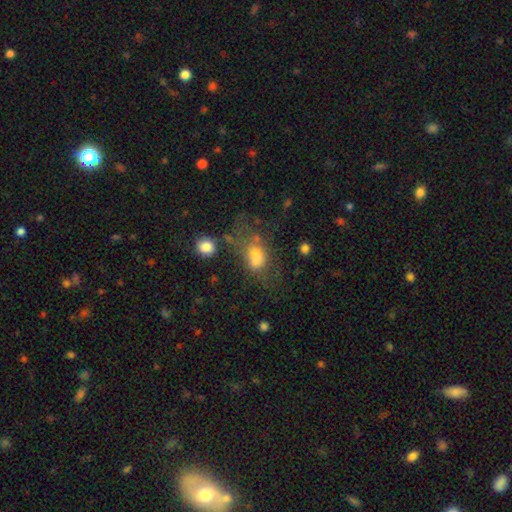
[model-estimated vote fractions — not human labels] Smooth or featured?
  - smooth: 58% *
  - featured or disk: 26%
  - star or artifact: 16%
How rounded?
  - in between: 73% *
  - round: 23%
  - cigar-shaped: 4%
Merging?
  - merger: 29% * (tied)
  - none: 29% * (tied)
  - major disturbance: 24%
  - minor disturbance: 17%